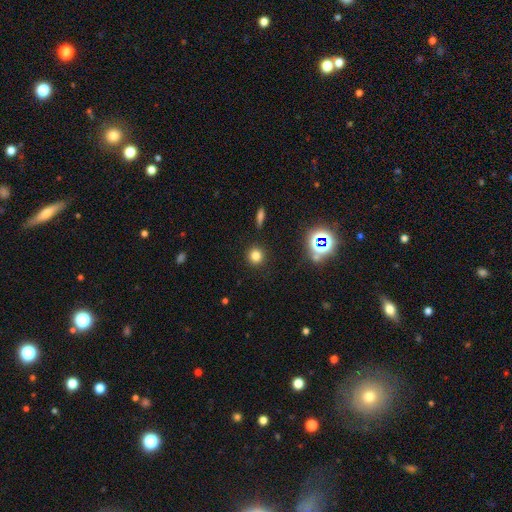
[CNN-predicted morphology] Smooth or featured? smooth (76%)
How rounded? round (92%)
Merging? none (91%)